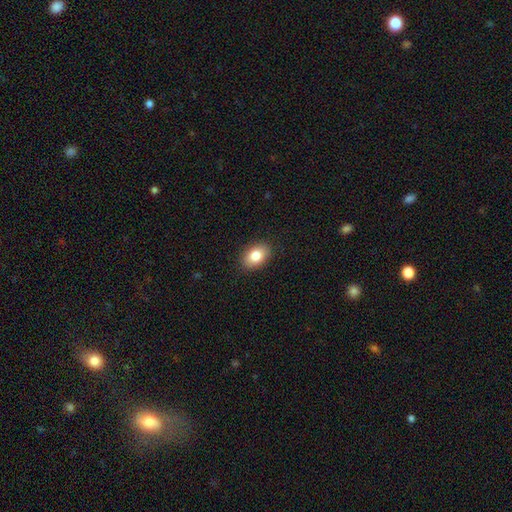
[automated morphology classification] A smooth galaxy with no disk features (82%) that is in between round and cigar-shaped (85%). Merging: none (89%).